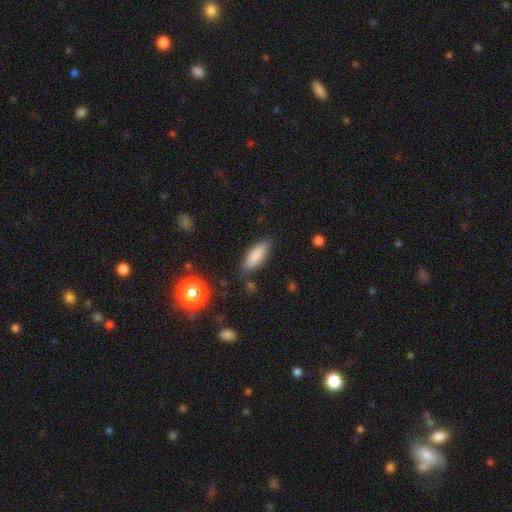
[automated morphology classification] Smooth or featured? smooth (84%)
How rounded? in between (65%)
Merging? none (82%)